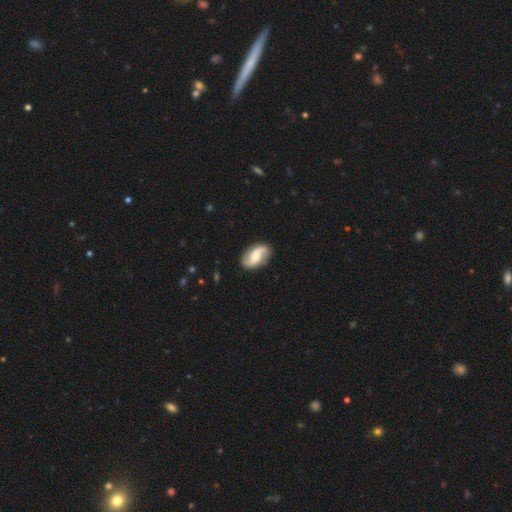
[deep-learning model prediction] The model was most divided on "bar": weak: 44%, no: 36%, strong: 20%. Remaining: edge-on disk — no (97%); spiral arms — yes (95%); spiral arm count — 2 (91%); merging — none (83%); smooth or featured — featured or disk (74%); spiral winding — loose (57%); bulge size — moderate (42%).